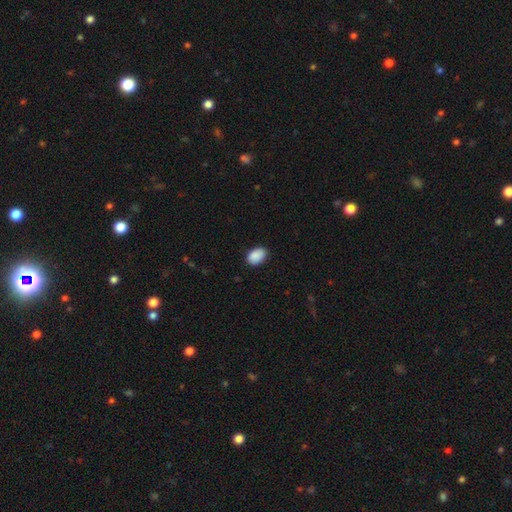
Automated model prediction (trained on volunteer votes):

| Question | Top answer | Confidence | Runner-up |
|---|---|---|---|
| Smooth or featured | smooth | 91% | star or artifact (7%) |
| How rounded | in between | 87% | round (12%) |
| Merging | none | 85% | minor disturbance (12%) |